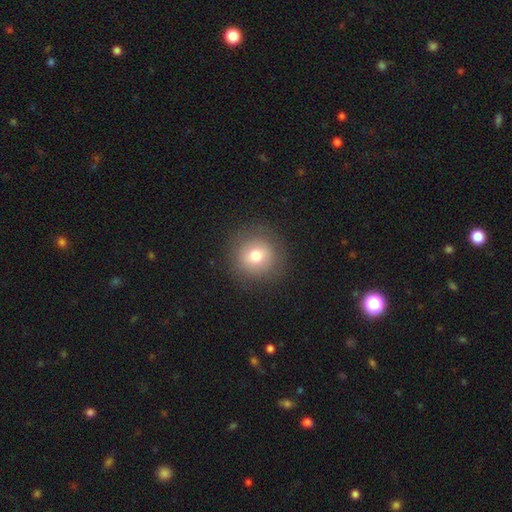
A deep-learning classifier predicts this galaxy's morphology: smooth-or-featured: smooth: 73% | featured or disk: 15% | star or artifact: 12%
  how-rounded: round: 94% | in between: 5% | cigar-shaped: 1%
  merging: none: 88% | minor disturbance: 8% | major disturbance: 4% | merger: 1%